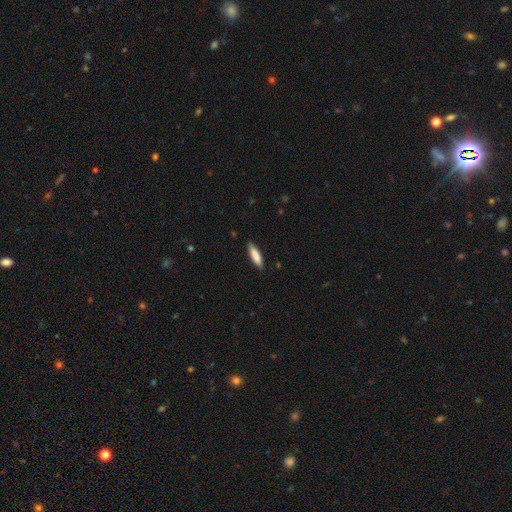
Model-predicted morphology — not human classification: The model was most divided on "how rounded": cigar-shaped: 68%, in between: 31%, round: 1%. More confident: merging — none (86%); smooth or featured — smooth (84%).